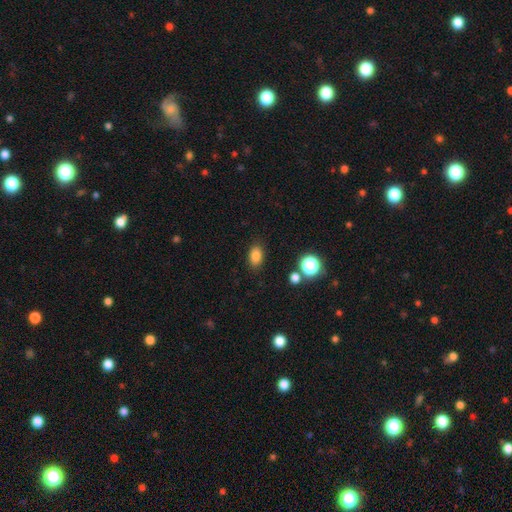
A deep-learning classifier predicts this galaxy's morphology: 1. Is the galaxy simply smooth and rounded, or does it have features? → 83% smooth, 12% star or artifact, 6% featured or disk.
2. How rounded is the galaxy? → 85% in between, 14% round, 2% cigar-shaped.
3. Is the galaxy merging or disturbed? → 86% none, 9% minor disturbance, 3% major disturbance, 2% merger.